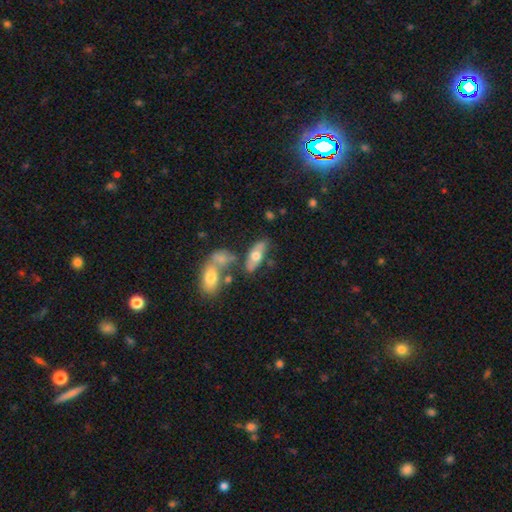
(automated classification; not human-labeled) smooth 58%, featured or disk 35%, star or artifact 7%. Down the decision tree: how rounded — in between (77%); merging — none (57%).